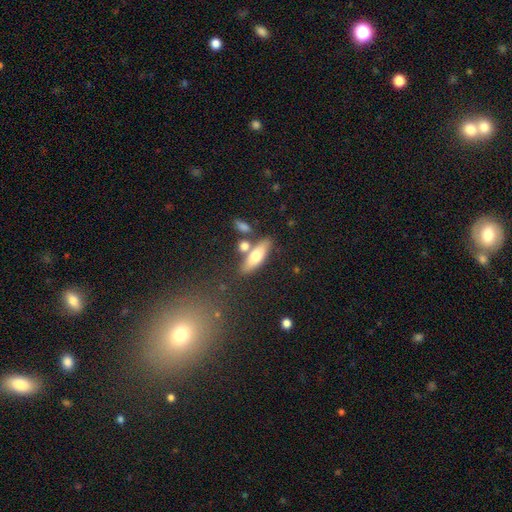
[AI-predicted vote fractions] Smooth or featured? smooth (65%)
How rounded? in between (55%)
Merging? none (67%)